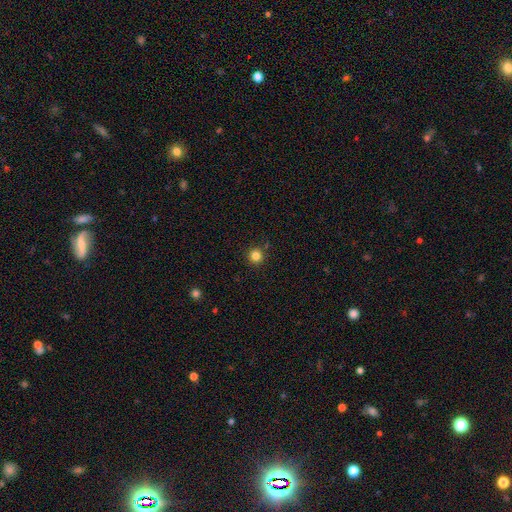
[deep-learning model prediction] Q: Smooth or featured?
A: smooth (83%); runner-up: star or artifact (13%)
Q: How rounded?
A: round (95%); runner-up: in between (4%)
Q: Merging?
A: none (90%); runner-up: minor disturbance (6%)